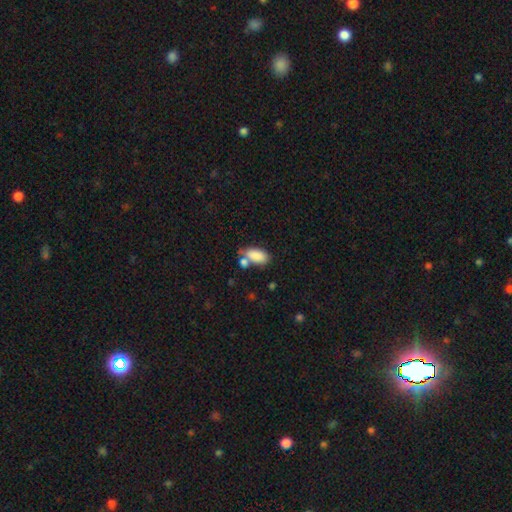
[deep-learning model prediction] Smooth or featured: smooth — 85% (star or artifact — 8%)
How rounded: in between — 92% (cigar-shaped — 4%)
Merging: none — 49% (merger — 29%)